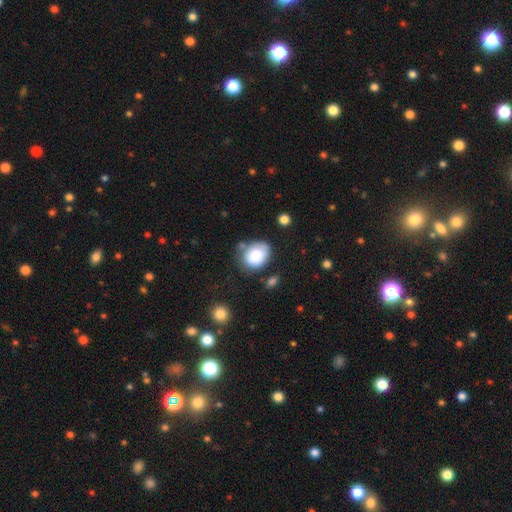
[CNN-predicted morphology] smooth-or-featured: smooth: 83% | featured or disk: 10% | star or artifact: 8%
  how-rounded: in between: 52% | round: 47% | cigar-shaped: 1%
  merging: none: 59% | minor disturbance: 24% | merger: 8% | major disturbance: 8%